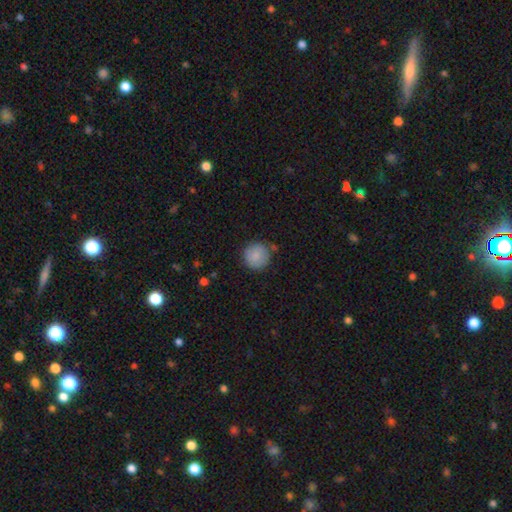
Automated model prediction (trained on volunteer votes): Smooth or featured?
  - smooth: 86% *
  - star or artifact: 7%
  - featured or disk: 7%
How rounded?
  - round: 95% *
  - in between: 4%
  - cigar-shaped: 1%
Merging?
  - none: 82% *
  - minor disturbance: 12%
  - merger: 3%
  - major disturbance: 3%